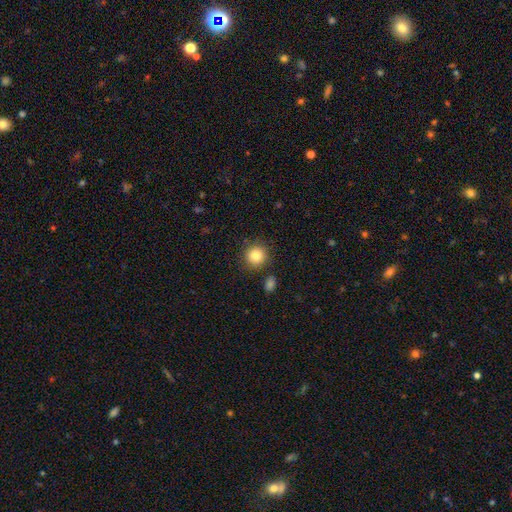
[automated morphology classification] Overall: smooth (83%). How rounded: round (93%). Merging: none (85%).